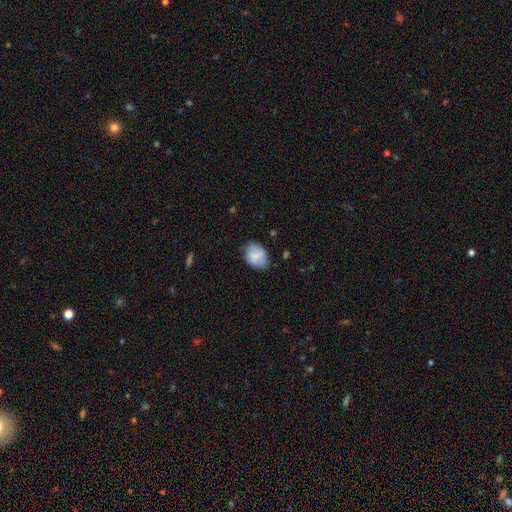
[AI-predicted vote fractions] Smooth or featured? smooth (75%)
How rounded? in between (77%)
Merging? none (68%)